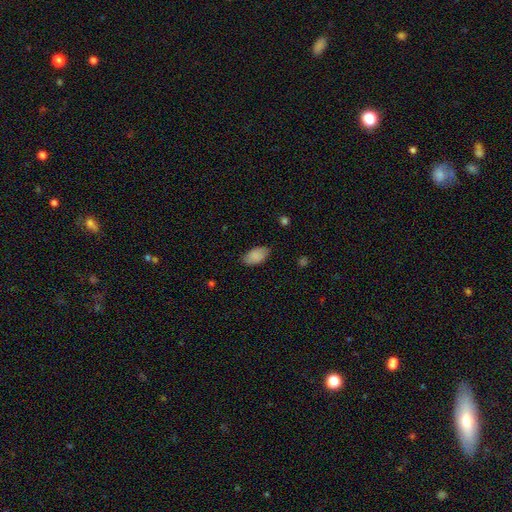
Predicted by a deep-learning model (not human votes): Morphology: type=smooth (87%); roundness=in between (94%); merging=none (78%).